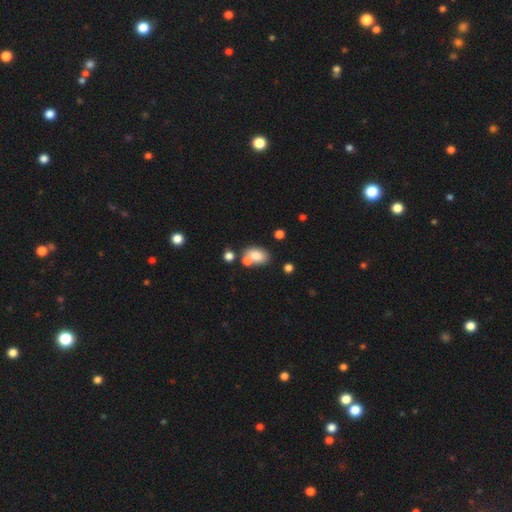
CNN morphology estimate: This is likely a smooth galaxy (78%). How rounded: clearly in between (85%). Merging: possibly none (50%).